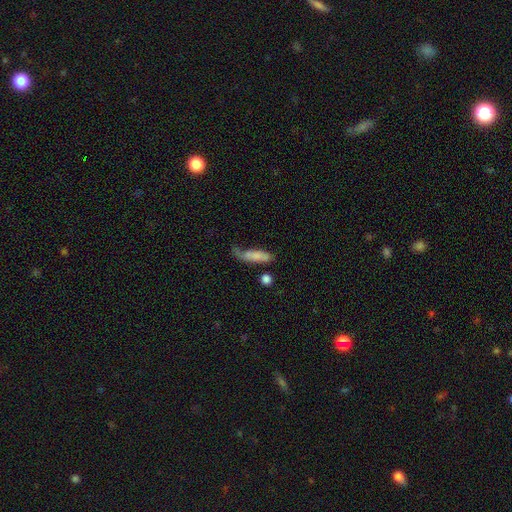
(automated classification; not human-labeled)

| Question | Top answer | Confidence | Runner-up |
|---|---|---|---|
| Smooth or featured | smooth | 71% | featured or disk (21%) |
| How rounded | cigar-shaped | 51% | in between (45%) |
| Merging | none | 37% | minor disturbance (28%) |